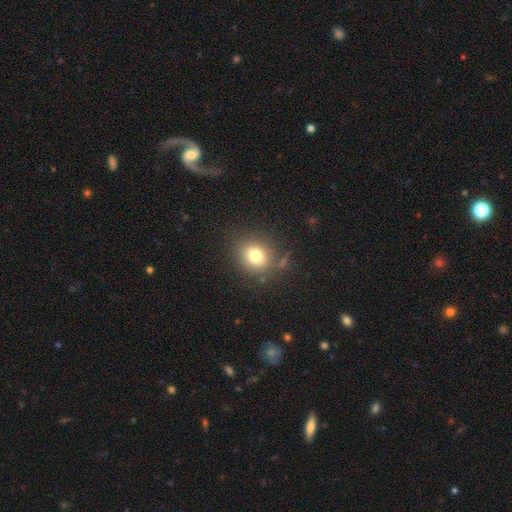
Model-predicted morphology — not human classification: smooth 76%, star or artifact 13%, featured or disk 10%. Down the decision tree: how rounded — round (71%); merging — none (80%).